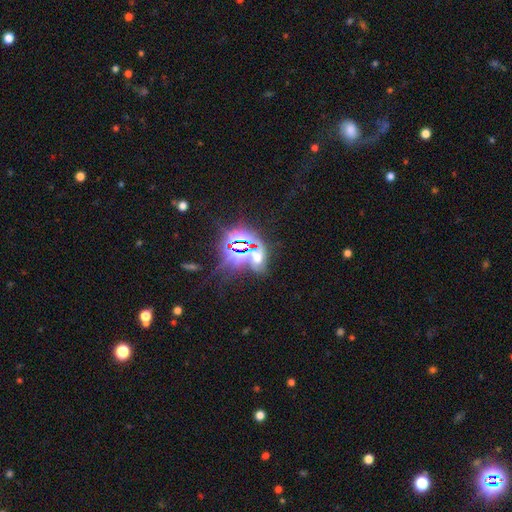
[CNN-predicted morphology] Smooth or featured?
  - star or artifact: 67% *
  - smooth: 20%
  - featured or disk: 13%